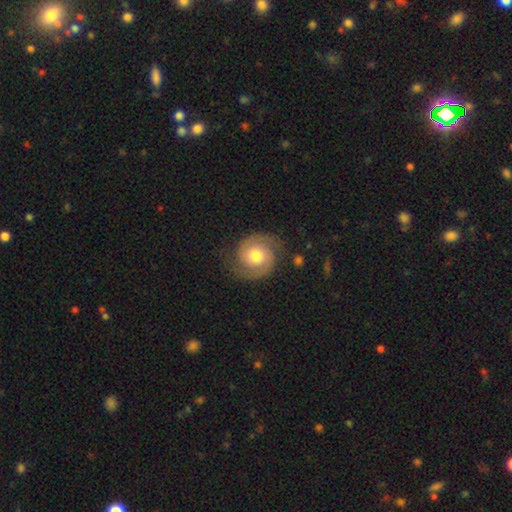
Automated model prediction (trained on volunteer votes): featured or disk 82%, smooth 12%, star or artifact 6%. Down the decision tree: edge-on disk — no (98%); bar — no (73%); spiral arms — yes (96%); spiral arm count — 2 (92%); spiral winding — tight (51%); bulge size — moderate (74%); merging — none (80%).